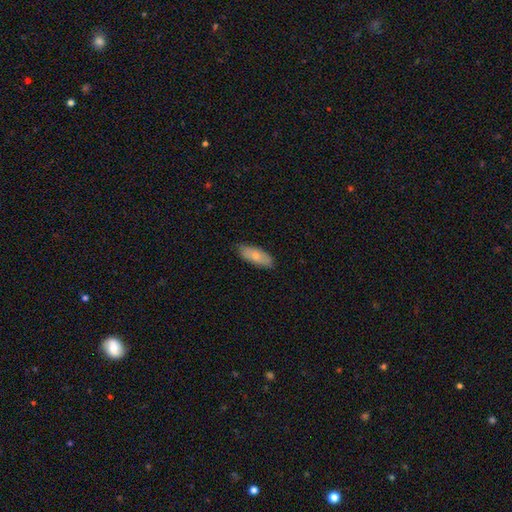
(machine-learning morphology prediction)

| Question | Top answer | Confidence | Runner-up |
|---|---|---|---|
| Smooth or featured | smooth | 76% | featured or disk (18%) |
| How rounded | in between | 80% | cigar-shaped (18%) |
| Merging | none | 83% | minor disturbance (14%) |